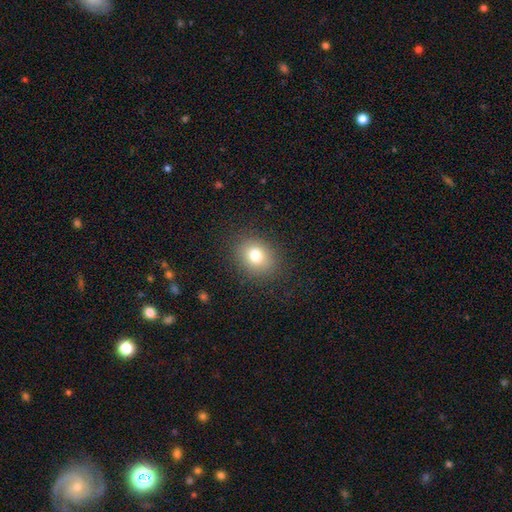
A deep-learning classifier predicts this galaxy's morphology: The model was most divided on "how rounded": round: 54%, in between: 45%, cigar-shaped: 1%. More confident: merging — none (87%); smooth or featured — smooth (78%).